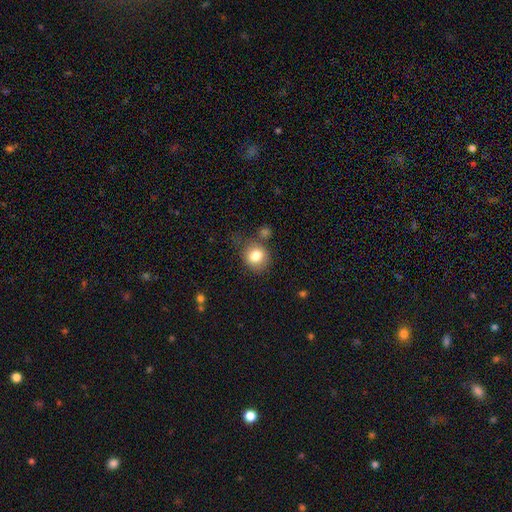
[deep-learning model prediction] smooth_or_featured: smooth (p=0.80) [alt: star or artifact p=0.10]
how_rounded: round (p=0.80) [alt: in between p=0.19]
merging: none (p=0.70) [alt: minor disturbance p=0.17]